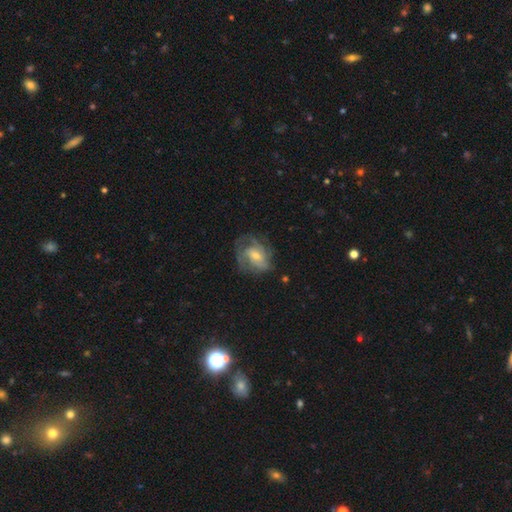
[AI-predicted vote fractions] This is likely a featured or disk galaxy (70%). It is clearly not viewed edge-on (97%). Bar: possibly no (47%). Spiral arm pattern: clearly yes (83%). Spiral arm count: marginally can't tell (35%). Spiral winding: marginally tight (43%). Central bulge: possibly small (48%). Merging: possibly none (57%).